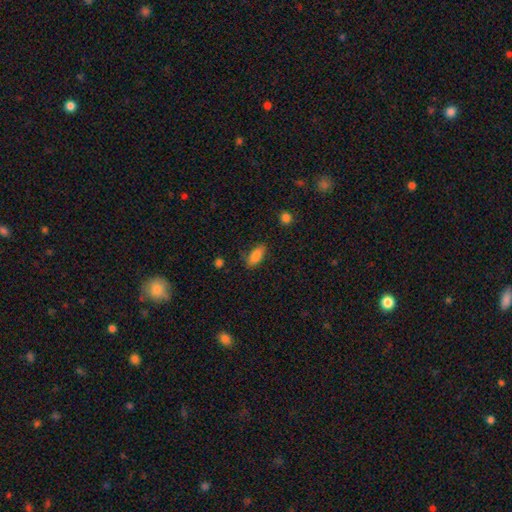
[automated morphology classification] smooth-or-featured: smooth: 84% | featured or disk: 8% | star or artifact: 8%
  how-rounded: in between: 84% | cigar-shaped: 13% | round: 3%
  merging: none: 76% | minor disturbance: 18% | major disturbance: 4% | merger: 2%